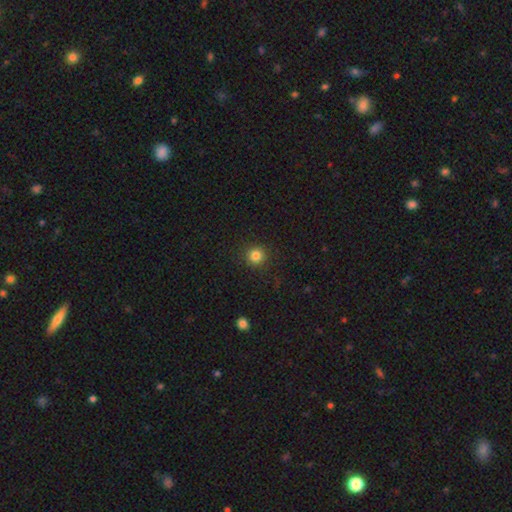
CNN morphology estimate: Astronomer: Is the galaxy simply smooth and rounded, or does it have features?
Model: smooth — 83%.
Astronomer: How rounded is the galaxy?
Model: round — 94%.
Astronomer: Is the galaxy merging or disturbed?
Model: none — 91%.